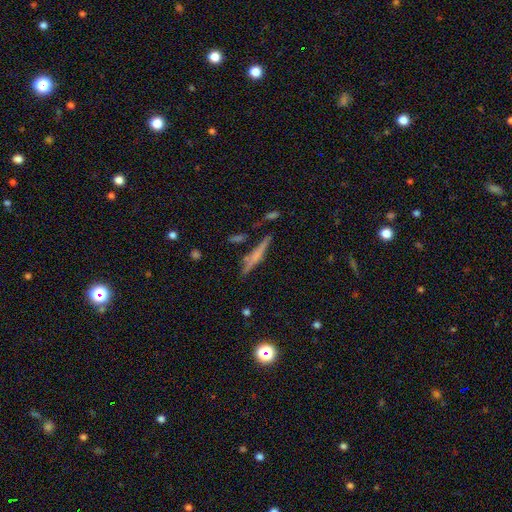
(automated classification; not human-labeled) Overall: featured or disk (48%; smooth 43%). Merging: none (77%).